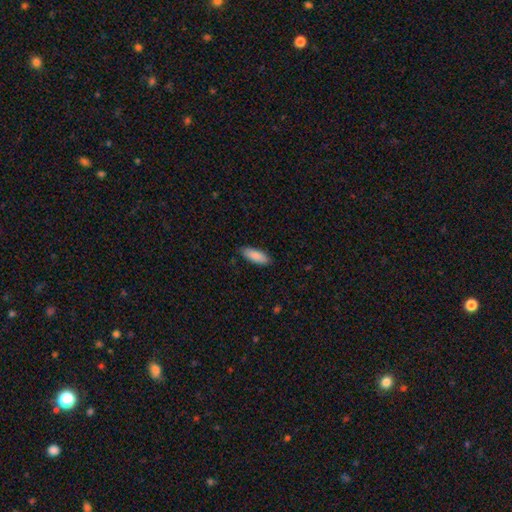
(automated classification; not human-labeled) smooth_or_featured: smooth (p=0.88) [alt: featured or disk p=0.06]
how_rounded: in between (p=0.71) [alt: cigar-shaped p=0.27]
merging: none (p=0.87) [alt: minor disturbance p=0.10]